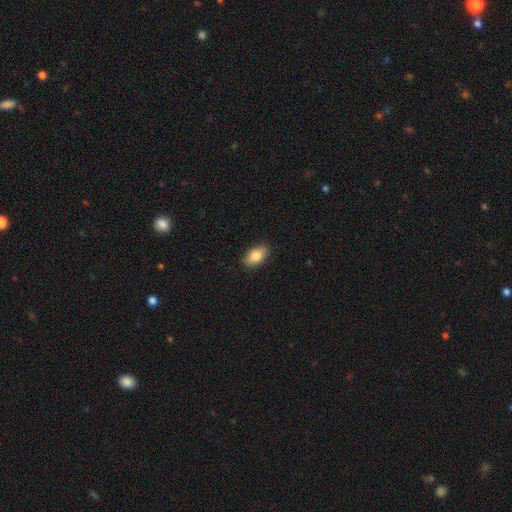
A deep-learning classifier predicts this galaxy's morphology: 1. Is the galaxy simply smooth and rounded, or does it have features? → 84% smooth, 9% featured or disk, 7% star or artifact.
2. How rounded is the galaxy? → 91% in between, 6% round, 3% cigar-shaped.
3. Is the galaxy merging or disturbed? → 87% none, 10% minor disturbance, 2% major disturbance, 1% merger.